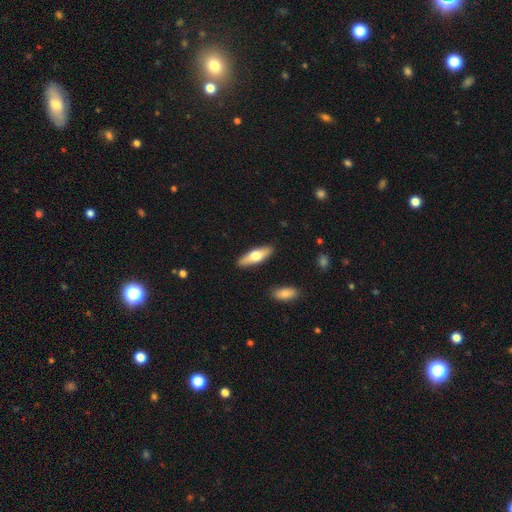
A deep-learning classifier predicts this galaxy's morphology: A smooth galaxy with no disk features (61%) that is in between round and cigar-shaped (51%).

Vote fractions:
- Smooth or featured? smooth: 61% / featured or disk: 33% / star or artifact: 5%
- How rounded? in between: 51% / cigar-shaped: 46% / round: 2%
- Merging? none: 88% / minor disturbance: 8% / merger: 2% / major disturbance: 2%